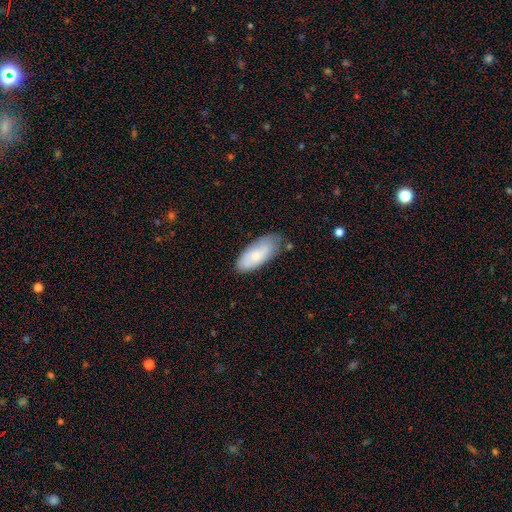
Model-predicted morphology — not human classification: type=smooth (73%); roundness=in between (82%); merging=none (64%).